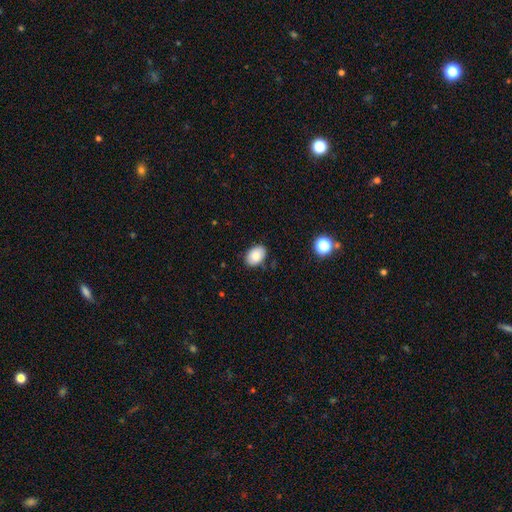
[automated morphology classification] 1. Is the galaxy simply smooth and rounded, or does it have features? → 85% smooth, 8% star or artifact, 7% featured or disk.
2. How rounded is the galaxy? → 81% in between, 18% round, 1% cigar-shaped.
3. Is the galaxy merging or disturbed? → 84% none, 12% minor disturbance, 3% major disturbance, 2% merger.